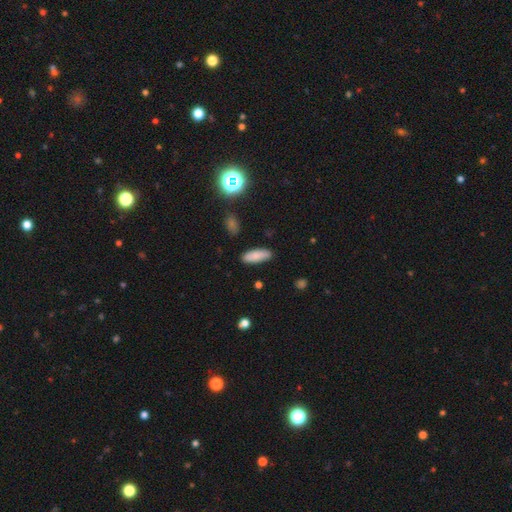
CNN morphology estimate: A smooth galaxy with no disk features (83%) that is in between round and cigar-shaped (68%).

Vote fractions:
- Smooth or featured? smooth: 83% / featured or disk: 8% / star or artifact: 8%
- How rounded? in between: 68% / cigar-shaped: 29% / round: 2%
- Merging? none: 87% / minor disturbance: 9% / major disturbance: 2% / merger: 2%